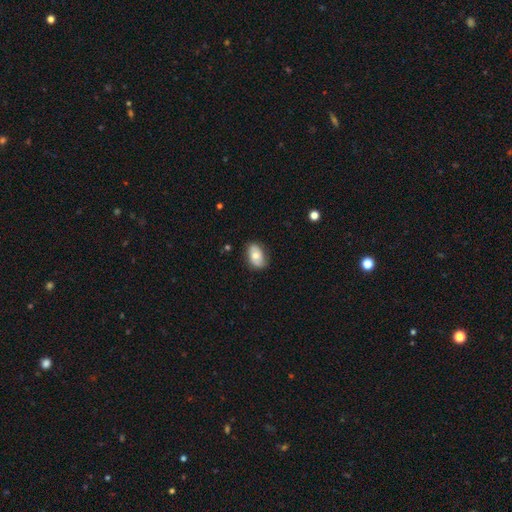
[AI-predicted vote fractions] A smooth galaxy with no disk features (68%) that is in between round and cigar-shaped (89%).

Vote fractions:
- Smooth or featured? smooth: 68% / featured or disk: 25% / star or artifact: 7%
- How rounded? in between: 89% / round: 9% / cigar-shaped: 2%
- Merging? none: 76% / minor disturbance: 19% / major disturbance: 4% / merger: 1%